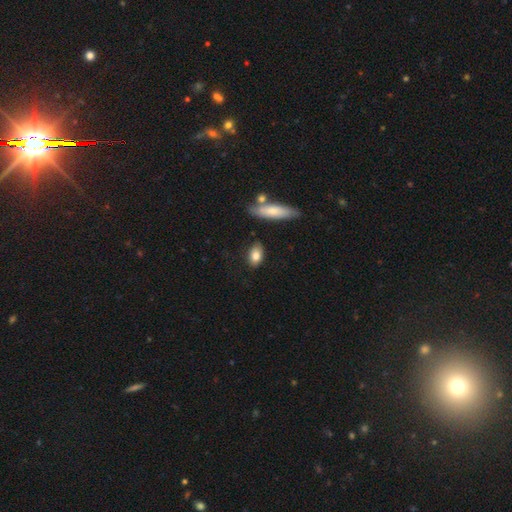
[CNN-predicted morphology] type=smooth (83%); roundness=in between (83%); merging=none (79%).